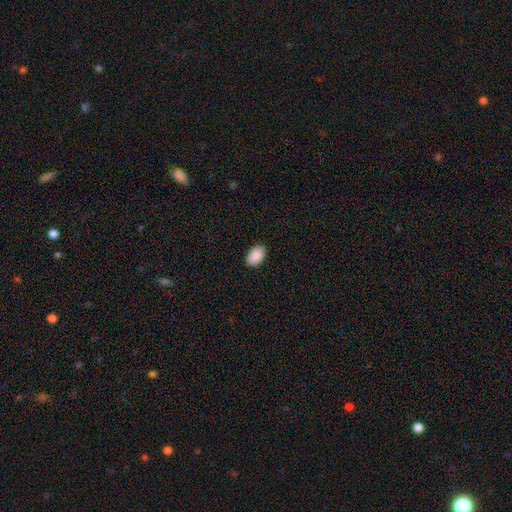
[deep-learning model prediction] A smooth galaxy with no disk features (91%) that is in between round and cigar-shaped (92%). Merging: none (89%).